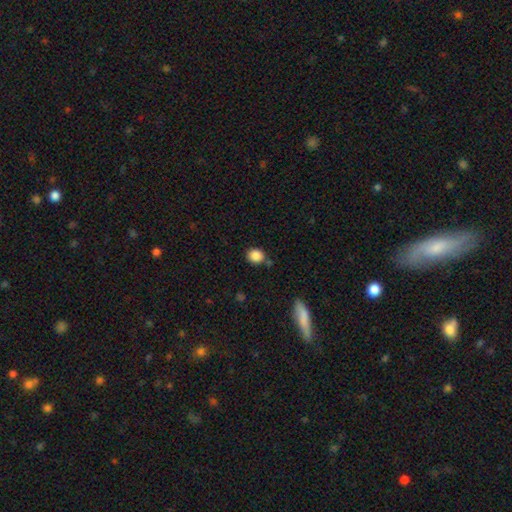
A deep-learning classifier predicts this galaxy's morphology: smooth-or-featured: smooth: 87% | star or artifact: 9% | featured or disk: 4%
  how-rounded: round: 77% | in between: 22% | cigar-shaped: 1%
  merging: none: 78% | minor disturbance: 12% | merger: 6% | major disturbance: 3%